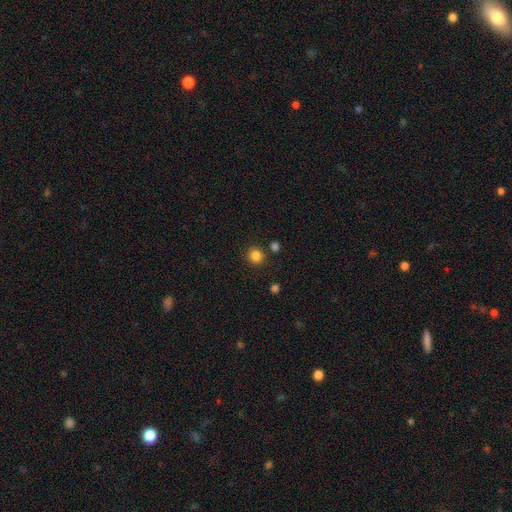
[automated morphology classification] The model was most divided on "smooth or featured": smooth: 84%, star or artifact: 12%, featured or disk: 4%. More confident: how rounded — round (90%); merging — none (85%).